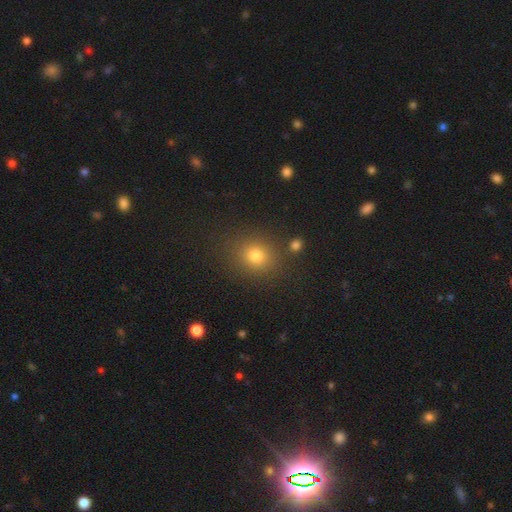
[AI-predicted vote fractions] This is likely a smooth galaxy (77%). How rounded: likely round (74%). Merging: clearly none (83%).